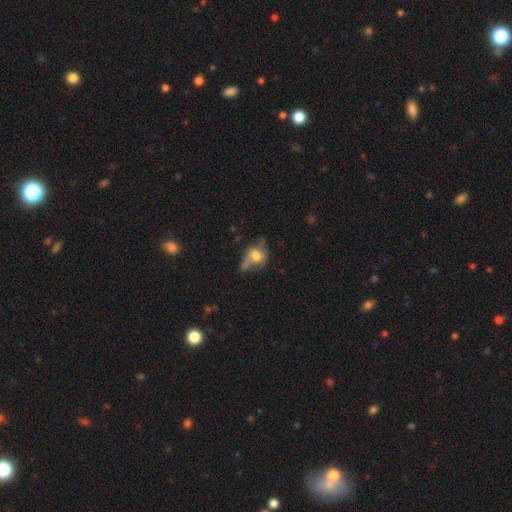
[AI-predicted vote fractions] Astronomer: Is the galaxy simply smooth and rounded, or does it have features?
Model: smooth — 70%.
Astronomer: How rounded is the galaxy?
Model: round — 60% (runner-up: in between, 38%).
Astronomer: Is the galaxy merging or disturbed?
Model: none — 38% (runner-up: minor disturbance, 25%).